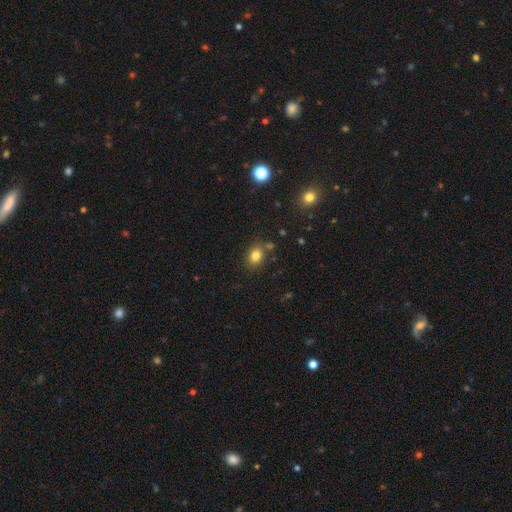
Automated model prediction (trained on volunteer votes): Morphology: type=smooth (81%); roundness=in between (57%); merging=none (75%).